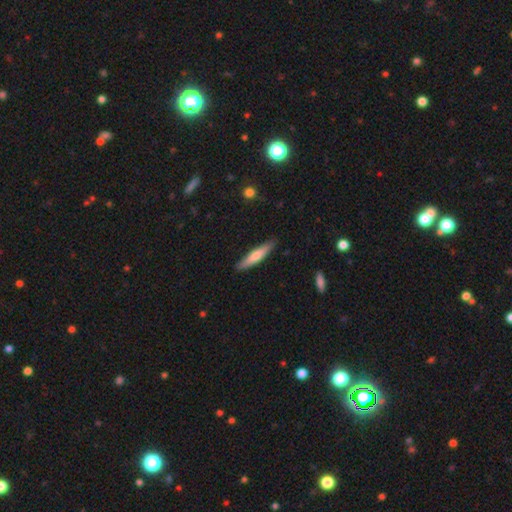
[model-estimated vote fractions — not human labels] smooth 62%, featured or disk 33%, star or artifact 5%. Down the decision tree: how rounded — cigar-shaped (89%); merging — none (89%).